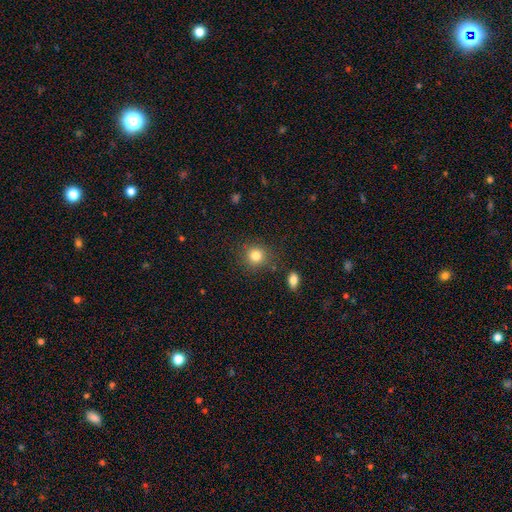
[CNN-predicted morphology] Q: Smooth or featured?
A: smooth (83%); runner-up: star or artifact (11%)
Q: How rounded?
A: round (88%); runner-up: in between (11%)
Q: Merging?
A: none (83%); runner-up: minor disturbance (10%)